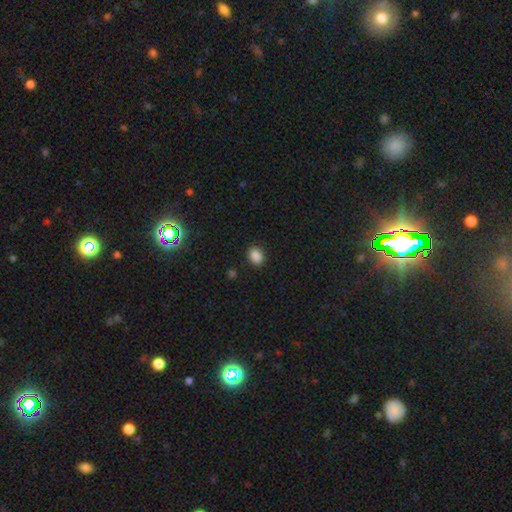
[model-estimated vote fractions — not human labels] Smooth or featured? smooth (87%)
How rounded? in between (56%)
Merging? none (89%)